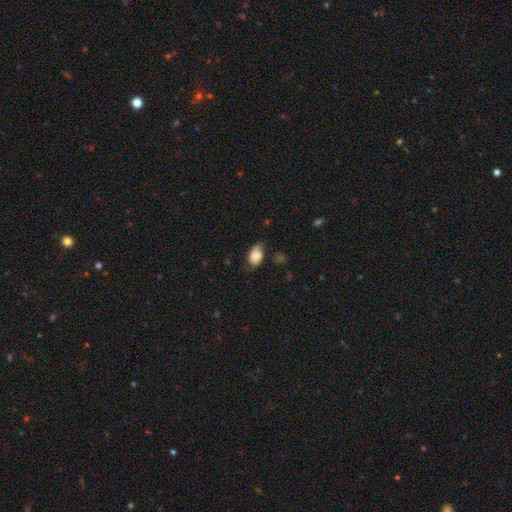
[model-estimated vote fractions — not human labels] A smooth galaxy with no disk features (72%) that is in between round and cigar-shaped (86%). Merging: none (55%).